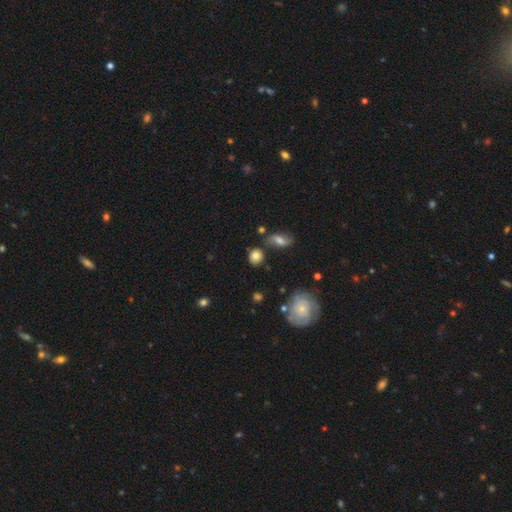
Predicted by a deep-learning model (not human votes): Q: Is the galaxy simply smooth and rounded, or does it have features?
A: smooth — 78%.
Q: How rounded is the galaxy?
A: round — 74%.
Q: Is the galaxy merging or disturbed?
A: none — 72%.